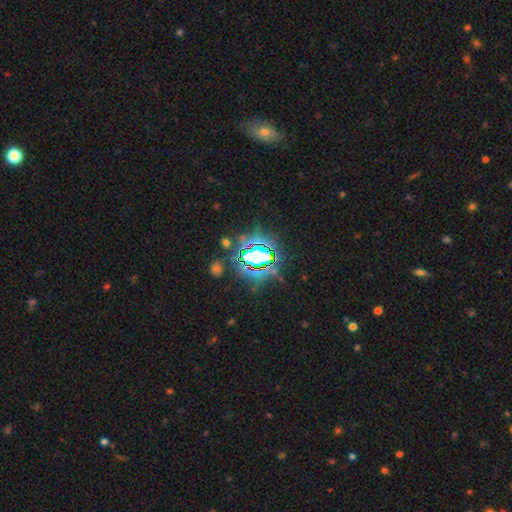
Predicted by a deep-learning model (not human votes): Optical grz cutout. It shows a star or artifact, not a galaxy (79%).